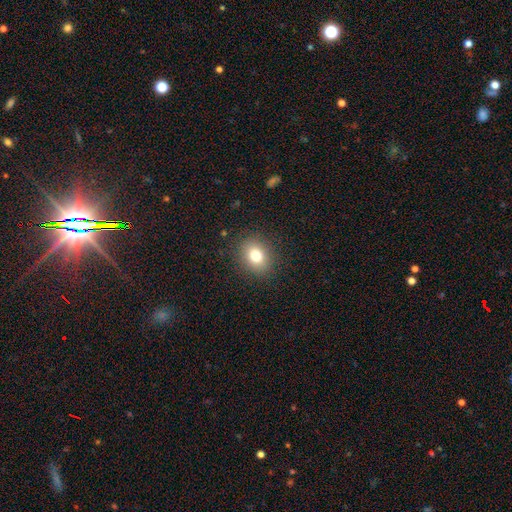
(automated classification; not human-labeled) Smooth or featured? Predicted: smooth (p=0.79). How rounded? Predicted: round (p=0.58). Merging? Predicted: none (p=0.88).